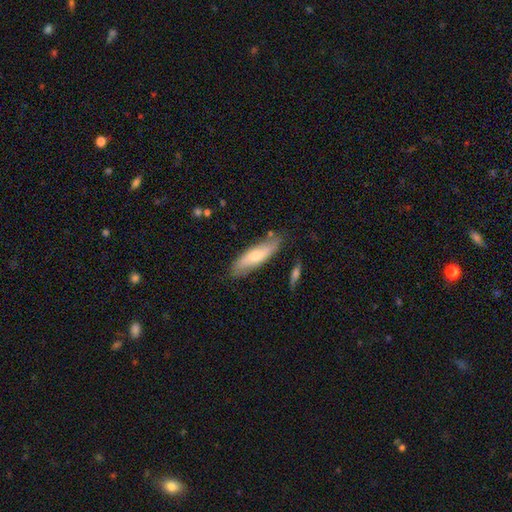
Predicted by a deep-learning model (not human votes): This appears to be a smooth galaxy with no disk features (63%) that is cigar-shaped (59%). Merging: none (79%).